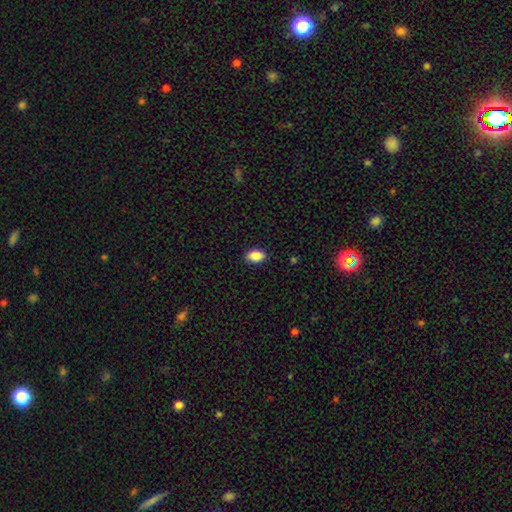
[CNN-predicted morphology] smooth-or-featured: smooth: 87% | star or artifact: 8% | featured or disk: 5%
  how-rounded: in between: 89% | round: 9% | cigar-shaped: 2%
  merging: none: 88% | minor disturbance: 9% | major disturbance: 2% | merger: 1%